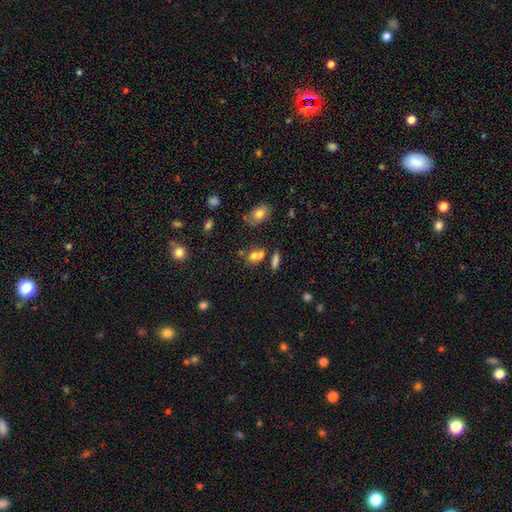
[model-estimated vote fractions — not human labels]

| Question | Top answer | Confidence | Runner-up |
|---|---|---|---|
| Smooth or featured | smooth | 72% | star or artifact (15%) |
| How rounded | round | 51% | in between (45%) |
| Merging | merger | 43% | none (41%) |